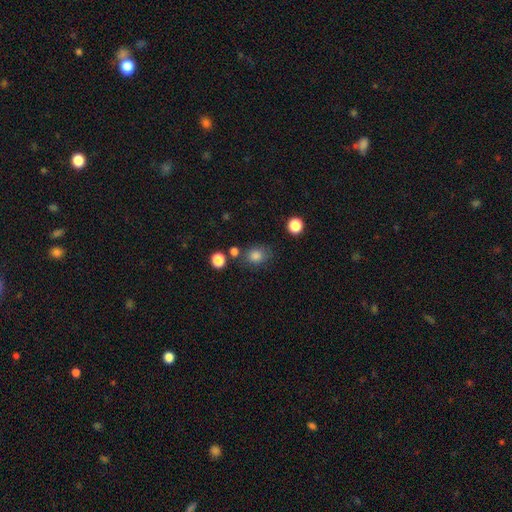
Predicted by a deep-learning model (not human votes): smooth 82%, star or artifact 12%, featured or disk 6%. Down the decision tree: how rounded — round (60%); merging — none (71%).